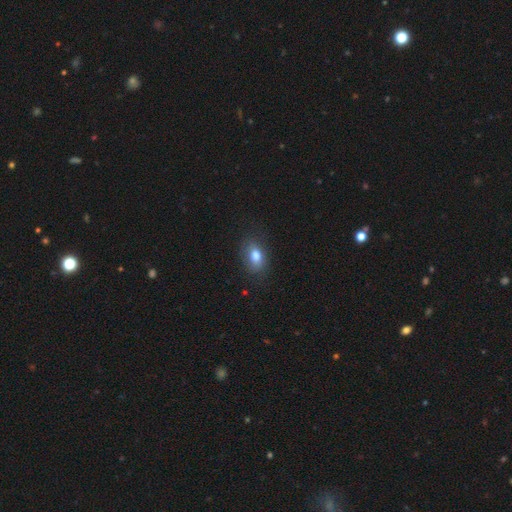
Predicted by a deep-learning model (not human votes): Overall: smooth (81%). How rounded: in between (83%). Merging: none (78%).